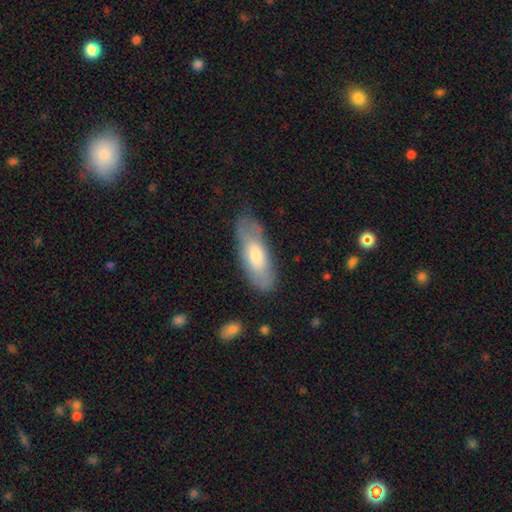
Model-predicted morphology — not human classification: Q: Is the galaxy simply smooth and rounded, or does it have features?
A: smooth — 62%.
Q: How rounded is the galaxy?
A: in between — 69%.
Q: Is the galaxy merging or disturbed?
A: none — 73%.